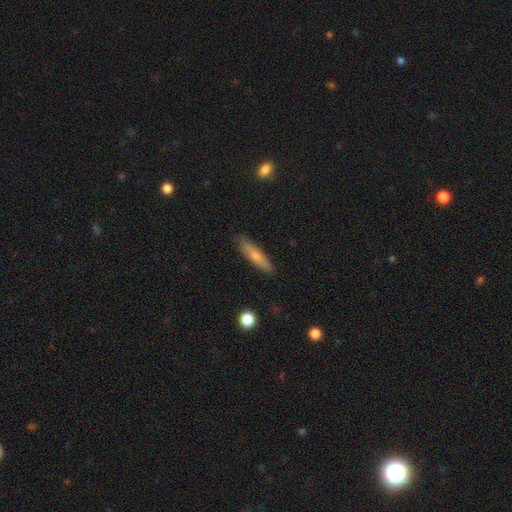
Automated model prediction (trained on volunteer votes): smooth-or-featured: smooth: 70% | featured or disk: 24% | star or artifact: 6%
  how-rounded: cigar-shaped: 78% | in between: 20% | round: 2%
  merging: none: 87% | minor disturbance: 10% | major disturbance: 2% | merger: 1%